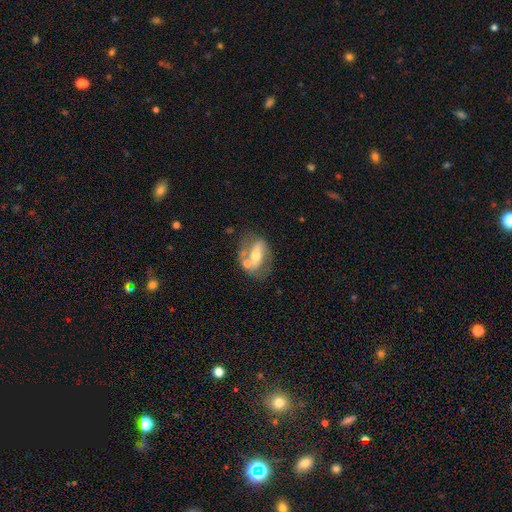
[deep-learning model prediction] Smooth or featured?
  - featured or disk: 62% *
  - smooth: 31%
  - star or artifact: 7%
Edge-on disk?
  - no: 87% *
  - yes: 13%
Bar?
  - strong: 42% *
  - no: 33%
  - weak: 25%
Spiral arms?
  - no: 51% *
  - yes: 49%
Bulge size?
  - moderate: 66% *
  - small: 24%
  - large: 7%
  - none: 1%
  - dominant: 1%
Merging?
  - none: 52% *
  - merger: 21%
  - minor disturbance: 18%
  - major disturbance: 10%